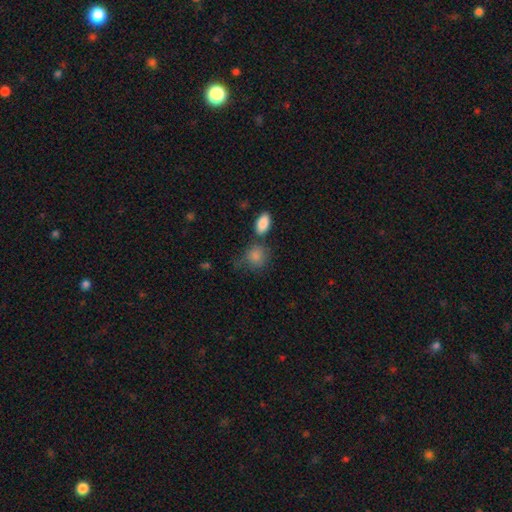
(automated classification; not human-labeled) Smooth or featured? smooth (85%)
How rounded? round (63%)
Merging? none (56%)